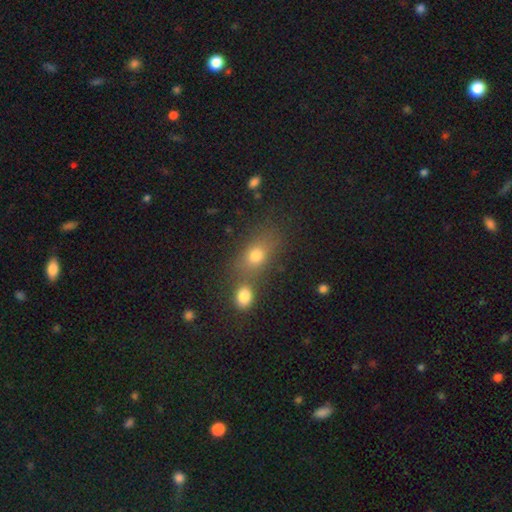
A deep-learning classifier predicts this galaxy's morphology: The model was most divided on "merging": none: 49%, merger: 35%, minor disturbance: 11%, major disturbance: 5%. More confident: smooth or featured — smooth (74%); how rounded — in between (65%).